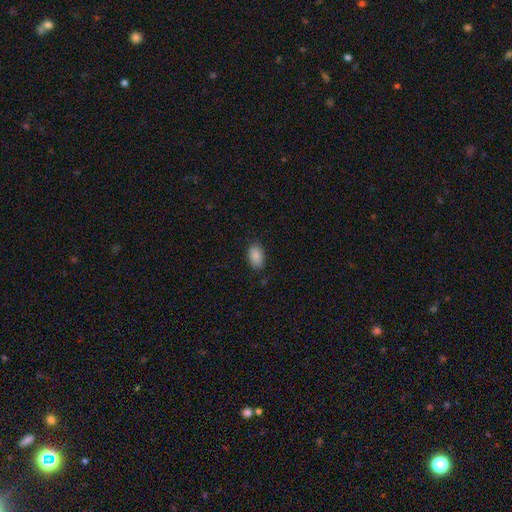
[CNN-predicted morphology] Smooth or featured?
  - smooth: 88% *
  - star or artifact: 7%
  - featured or disk: 4%
How rounded?
  - in between: 91% *
  - round: 8%
  - cigar-shaped: 1%
Merging?
  - none: 84% *
  - minor disturbance: 12%
  - major disturbance: 3%
  - merger: 1%